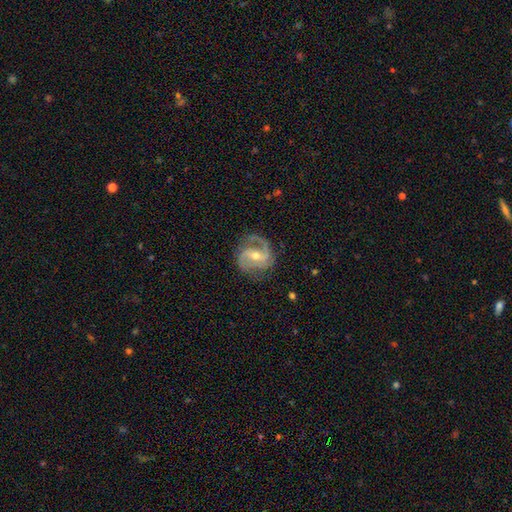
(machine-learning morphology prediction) Overall: featured or disk (89%). Edge-on disk: no (97%). Bar: weak (45%; strong 34%). Spiral arms: yes (97%). Spiral arm count: 2 (83%). Spiral winding: medium (54%; loose 23%). Bulge size: moderate (54%; small 43%). Merging: none (74%).